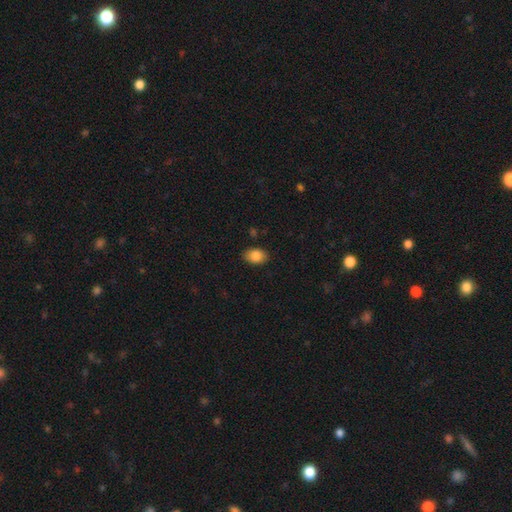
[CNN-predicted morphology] Smooth or featured?
  - smooth: 85% *
  - star or artifact: 8%
  - featured or disk: 7%
How rounded?
  - in between: 84% *
  - round: 15%
  - cigar-shaped: 1%
Merging?
  - none: 87% *
  - minor disturbance: 10%
  - major disturbance: 2%
  - merger: 1%